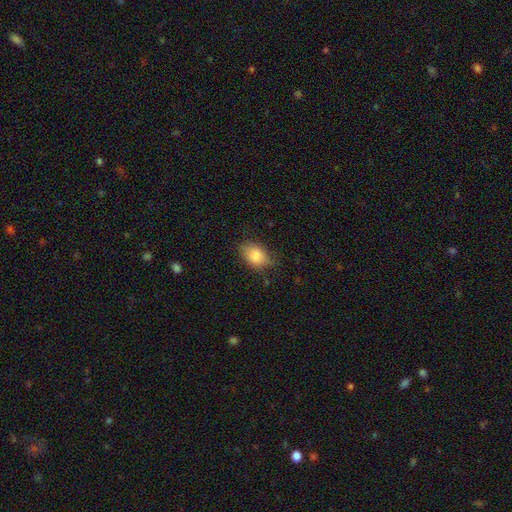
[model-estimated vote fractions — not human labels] smooth-or-featured: smooth: 85% | star or artifact: 8% | featured or disk: 7%
  how-rounded: in between: 79% | round: 19% | cigar-shaped: 2%
  merging: none: 68% | minor disturbance: 24% | major disturbance: 7% | merger: 1%